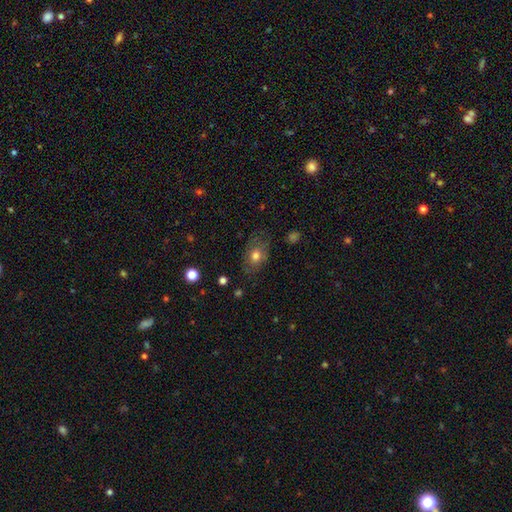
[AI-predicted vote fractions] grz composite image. It shows a smooth galaxy with no disk features (67%) that is in between round and cigar-shaped (74%). Merging: none (71%).